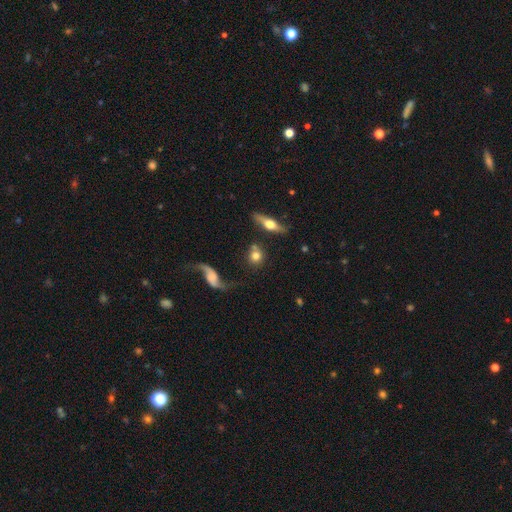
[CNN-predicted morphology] Q: Smooth or featured?
A: smooth (66%); runner-up: featured or disk (25%)
Q: How rounded?
A: round (83%); runner-up: in between (14%)
Q: Merging?
A: none (67%); runner-up: minor disturbance (14%)